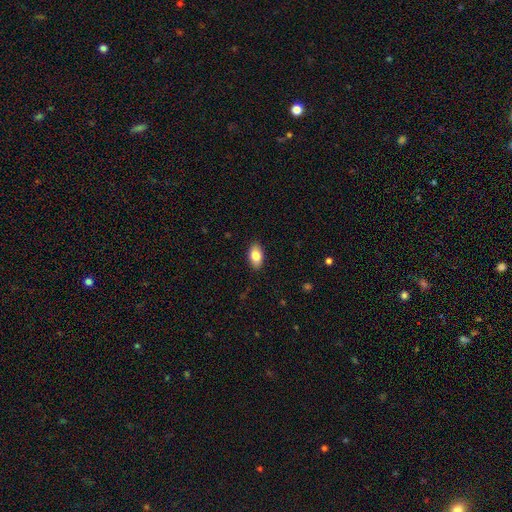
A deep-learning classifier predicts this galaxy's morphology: This appears to be a smooth galaxy with no disk features (82%) that is in between round and cigar-shaped (92%). Merging: none (89%).